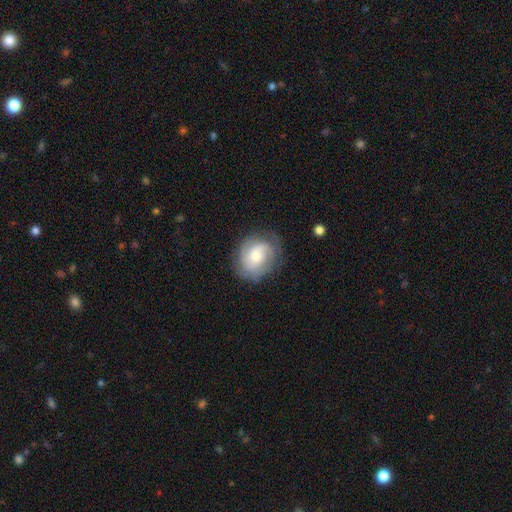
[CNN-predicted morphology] Smooth or featured?
  - featured or disk: 62% *
  - smooth: 31%
  - star or artifact: 7%
Edge-on disk?
  - no: 98% *
  - yes: 2%
Bar?
  - no: 64% *
  - weak: 31%
  - strong: 5%
Spiral arms?
  - yes: 90% *
  - no: 10%
Spiral winding?
  - tight: 43% *
  - medium: 41%
  - loose: 16%
Spiral arm count?
  - 2: 43% *
  - can't tell: 25%
  - 3: 18%
  - 1: 7%
  - 4: 4%
  - more than 4: 3%
Bulge size?
  - moderate: 48% *
  - small: 36%
  - large: 11%
  - none: 3%
  - dominant: 2%
Merging?
  - none: 73% *
  - minor disturbance: 18%
  - major disturbance: 8%
  - merger: 1%